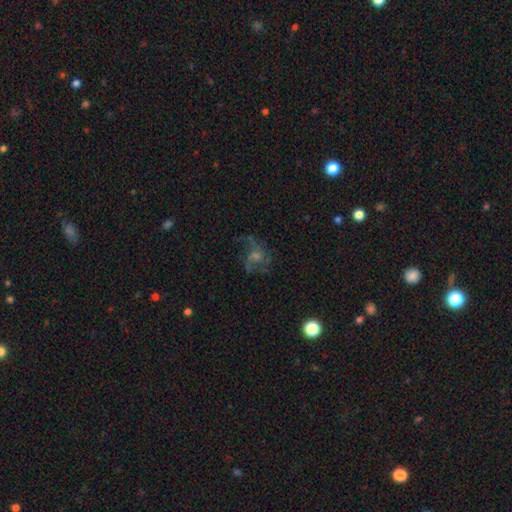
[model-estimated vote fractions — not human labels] featured or disk 60%, star or artifact 21%, smooth 19%. Down the decision tree: edge-on disk — no (97%); bar — no (71%); spiral arms — yes (81%); bulge size — small (43%); merging — none (55%).